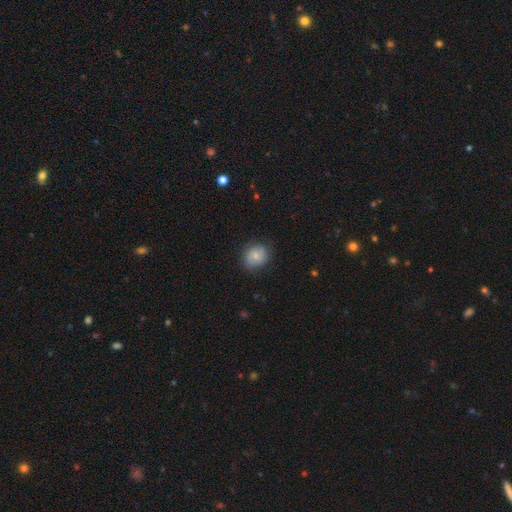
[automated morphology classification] smooth_or_featured: smooth (p=0.68) [alt: featured or disk p=0.24]
how_rounded: round (p=0.62) [alt: in between p=0.37]
merging: none (p=0.78) [alt: minor disturbance p=0.17]